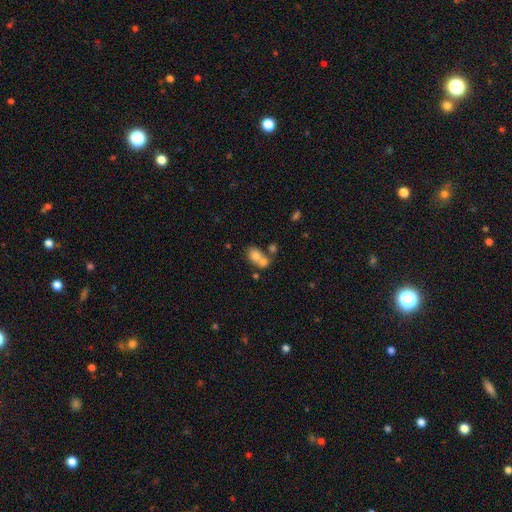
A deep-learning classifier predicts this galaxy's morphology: Smooth or featured: smooth — 72% (featured or disk — 16%)
How rounded: in between — 61% (round — 37%)
Merging: merger — 61% (none — 26%)